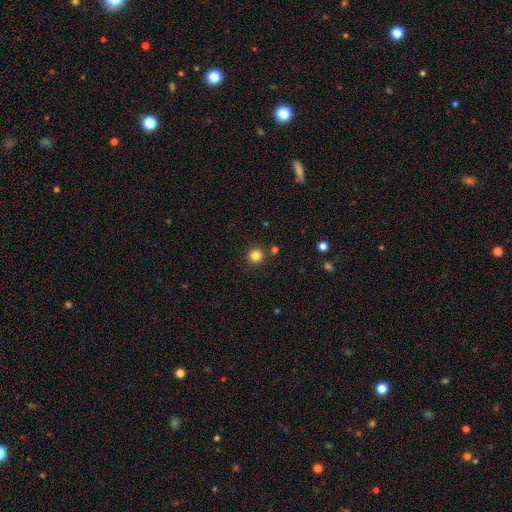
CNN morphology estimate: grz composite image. It shows a smooth galaxy with no disk features (83%) that is round (94%). Merging: none (87%).